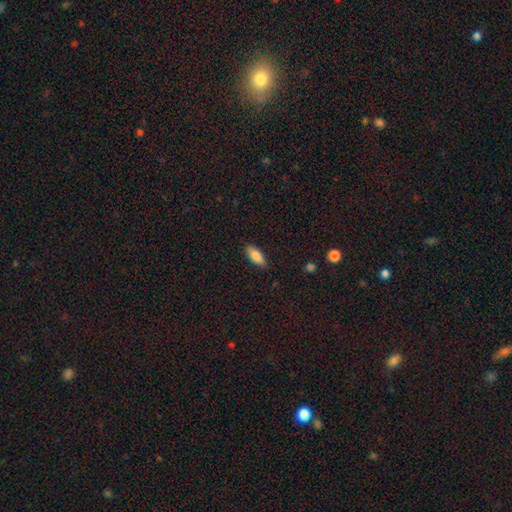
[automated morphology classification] Smooth or featured? Predicted: smooth (p=0.84). How rounded? Predicted: in between (p=0.77). Merging? Predicted: none (p=0.87).